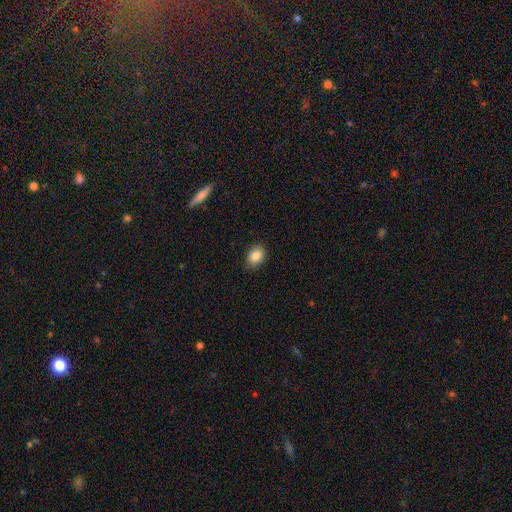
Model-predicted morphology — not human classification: smooth 86%, star or artifact 8%, featured or disk 6%. Down the decision tree: how rounded — in between (72%); merging — none (86%).